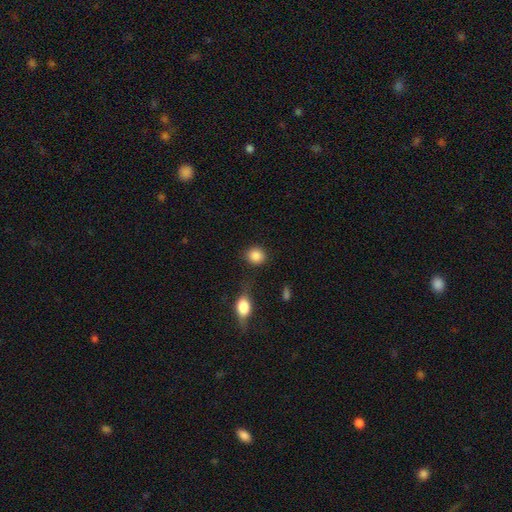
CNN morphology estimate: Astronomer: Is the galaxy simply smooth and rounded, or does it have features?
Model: smooth — 87%.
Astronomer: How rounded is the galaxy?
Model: round — 77%.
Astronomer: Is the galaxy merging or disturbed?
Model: none — 80%.